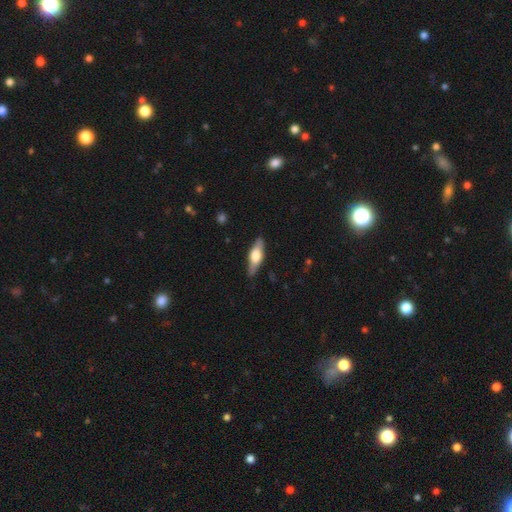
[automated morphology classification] This is possibly a featured or disk galaxy (50%). It is clearly viewed edge-on (91%). Merging: clearly none (85%).